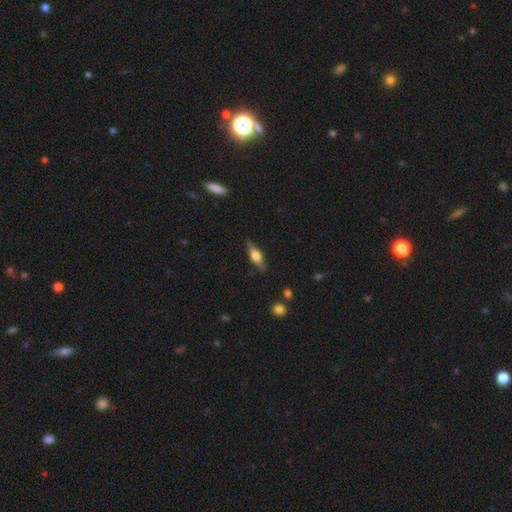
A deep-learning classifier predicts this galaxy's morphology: Q: Smooth or featured?
A: featured or disk (52%); runner-up: smooth (42%)
Q: Edge-on disk?
A: yes (92%); runner-up: no (8%)
Q: Merging?
A: none (83%); runner-up: minor disturbance (12%)